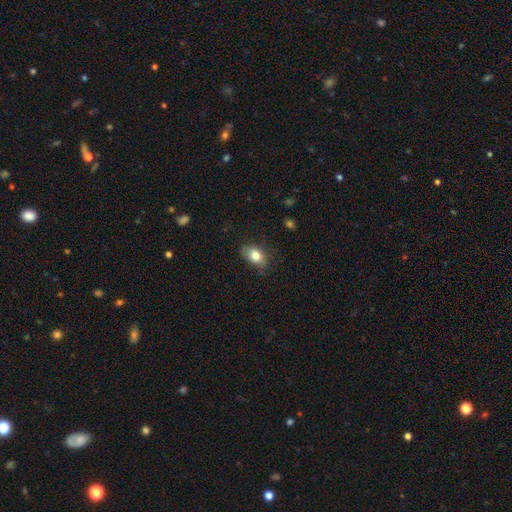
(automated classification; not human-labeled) smooth_or_featured: smooth (p=0.79) [alt: featured or disk p=0.12]
how_rounded: in between (p=0.84) [alt: round p=0.14]
merging: none (p=0.71) [alt: minor disturbance p=0.22]